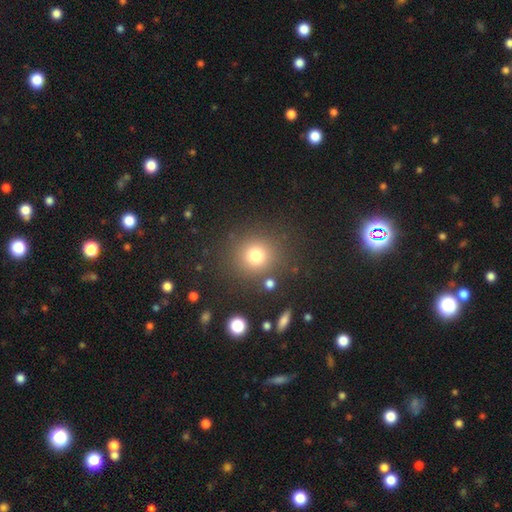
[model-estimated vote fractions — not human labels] Morphology: type=smooth (76%); roundness=round (91%); merging=none (85%).